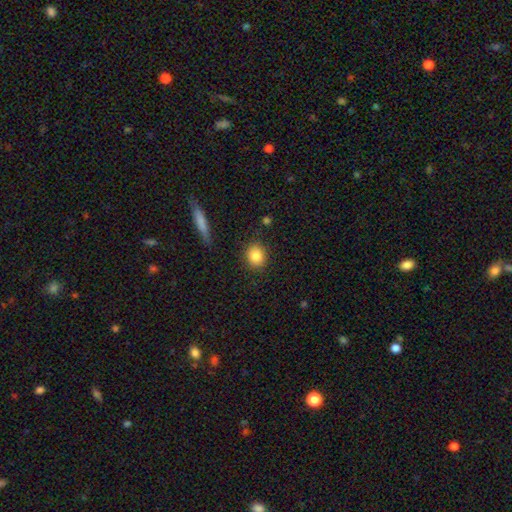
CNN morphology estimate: smooth 85%, star or artifact 9%, featured or disk 7%. Down the decision tree: how rounded — round (76%); merging — none (87%).